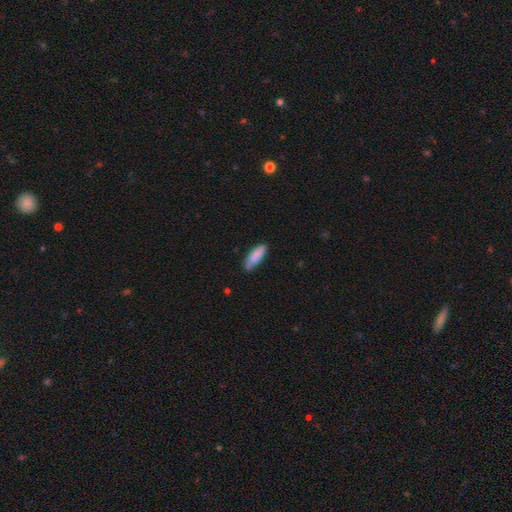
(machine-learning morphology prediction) Smooth or featured? Predicted: smooth (p=0.82). How rounded? Predicted: in between (p=0.64). Merging? Predicted: none (p=0.66).